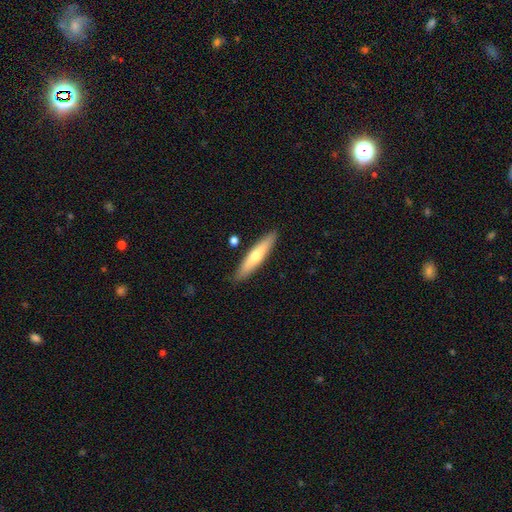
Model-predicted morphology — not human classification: smooth 59%, featured or disk 35%, star or artifact 5%. Down the decision tree: how rounded — cigar-shaped (85%); merging — none (87%).